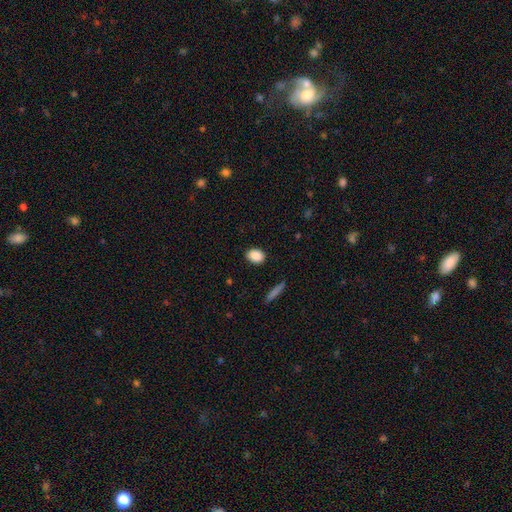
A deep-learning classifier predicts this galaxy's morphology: Smooth or featured?
  - smooth: 88% *
  - star or artifact: 8%
  - featured or disk: 4%
How rounded?
  - in between: 66% *
  - round: 32%
  - cigar-shaped: 2%
Merging?
  - none: 88% *
  - minor disturbance: 8%
  - major disturbance: 2%
  - merger: 1%